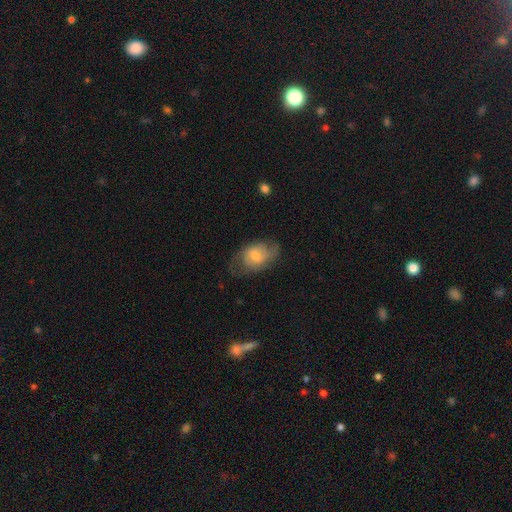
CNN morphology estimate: A smooth galaxy with no disk features (49%).

Vote fractions:
- Smooth or featured? smooth: 49% / featured or disk: 44% / star or artifact: 7%
- Merging? none: 55% / minor disturbance: 27% / major disturbance: 17% / merger: 1%